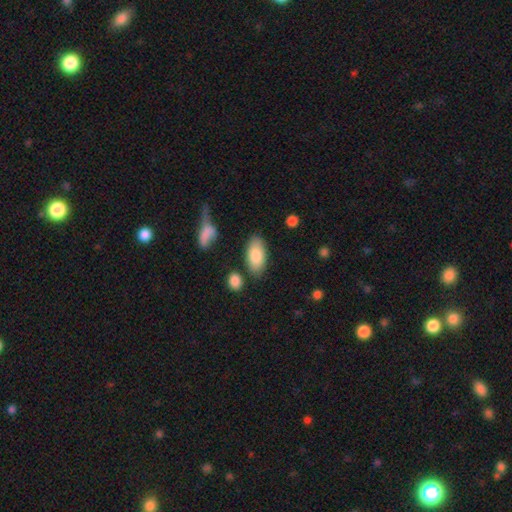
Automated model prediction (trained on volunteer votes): smooth-or-featured: smooth: 82% | featured or disk: 12% | star or artifact: 6%
  how-rounded: in between: 93% | cigar-shaped: 4% | round: 3%
  merging: none: 79% | minor disturbance: 13% | merger: 5% | major disturbance: 4%